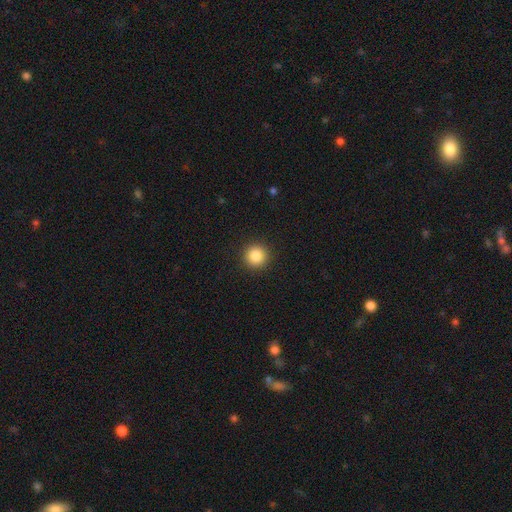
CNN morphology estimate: smooth_or_featured: smooth (p=0.86) [alt: star or artifact p=0.10]
how_rounded: round (p=0.95) [alt: in between p=0.04]
merging: none (p=0.93) [alt: minor disturbance p=0.05]